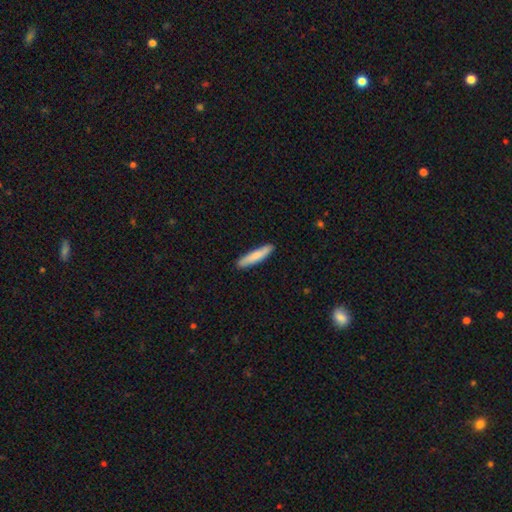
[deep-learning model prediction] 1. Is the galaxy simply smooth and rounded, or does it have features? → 81% smooth, 14% featured or disk, 5% star or artifact.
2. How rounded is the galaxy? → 90% cigar-shaped, 9% in between, 1% round.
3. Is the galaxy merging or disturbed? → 90% none, 8% minor disturbance, 1% major disturbance, 1% merger.